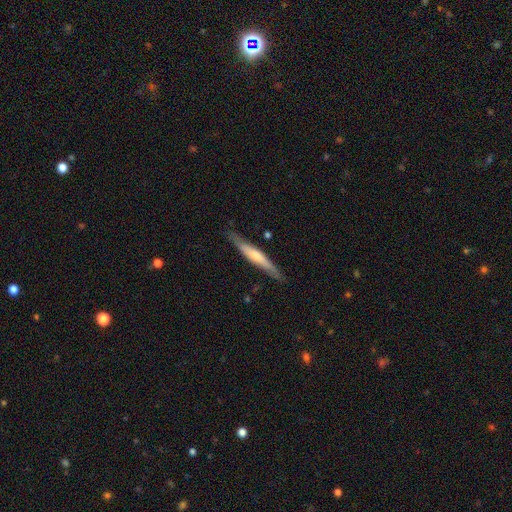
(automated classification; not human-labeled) Smooth or featured? Predicted: smooth (p=0.49). Merging? Predicted: none (p=0.84).